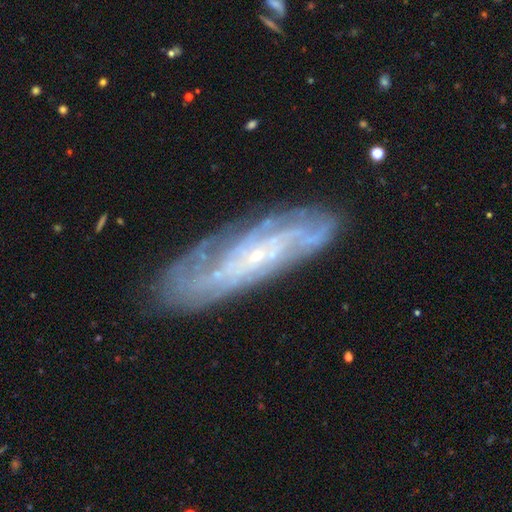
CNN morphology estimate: featured or disk 82%, smooth 11%, star or artifact 7%. Down the decision tree: edge-on disk — no (82%); bar — no (68%); spiral arms — yes (94%); spiral arm count — can't tell (42%); spiral winding — tight (63%); bulge size — small (86%); merging — none (78%).